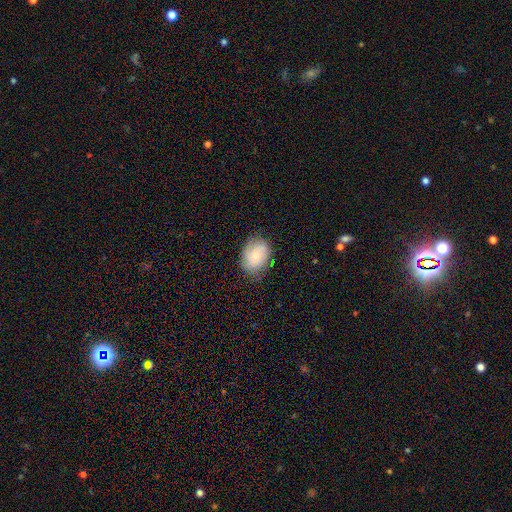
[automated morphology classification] Smooth or featured? smooth (63%)
How rounded? in between (68%)
Merging? none (76%)